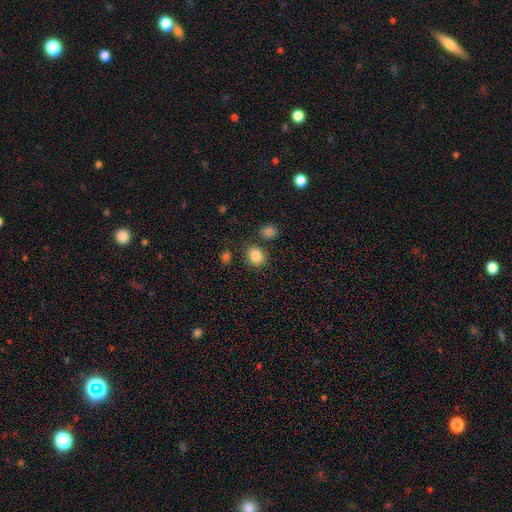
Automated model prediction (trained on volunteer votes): A smooth galaxy with no disk features (85%) that is round (61%).

Vote fractions:
- Smooth or featured? smooth: 85% / star or artifact: 10% / featured or disk: 5%
- How rounded? round: 61% / in between: 38% / cigar-shaped: 1%
- Merging? none: 79% / minor disturbance: 10% / merger: 8% / major disturbance: 3%